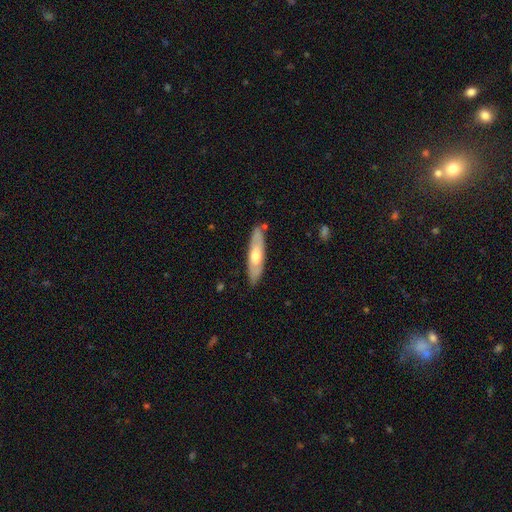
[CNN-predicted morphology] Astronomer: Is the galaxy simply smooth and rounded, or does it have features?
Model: featured or disk — 48% (runner-up: smooth, 47%).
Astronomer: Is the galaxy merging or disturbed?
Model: none — 83%.